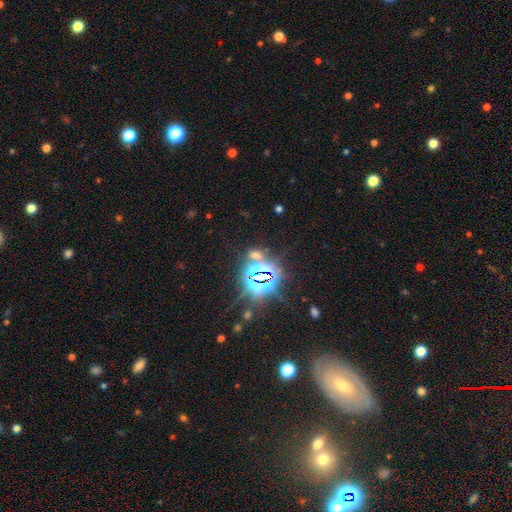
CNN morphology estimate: smooth_or_featured: star or artifact (p=0.70) [alt: smooth p=0.22]